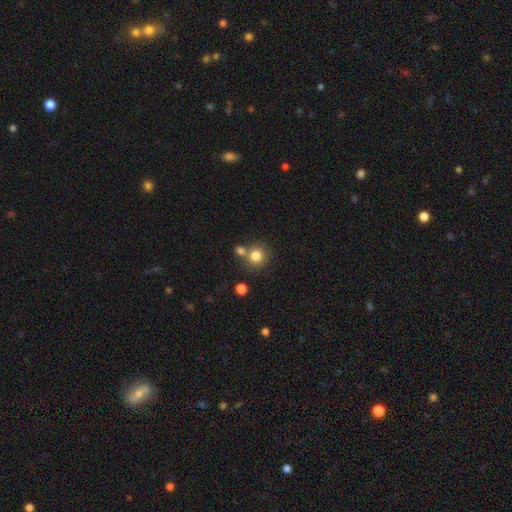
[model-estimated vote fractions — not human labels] A smooth galaxy with no disk features (82%) that is round (88%). Merging: none (61%).